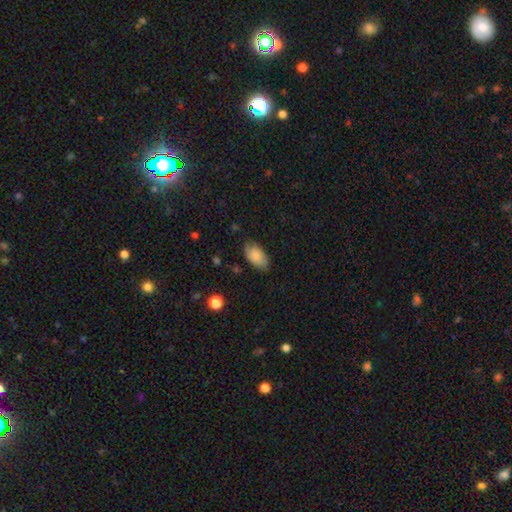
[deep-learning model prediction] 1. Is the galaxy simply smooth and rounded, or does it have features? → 78% smooth, 15% featured or disk, 7% star or artifact.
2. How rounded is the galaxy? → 94% in between, 4% round, 2% cigar-shaped.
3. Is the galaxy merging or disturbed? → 78% none, 17% minor disturbance, 3% major disturbance, 1% merger.